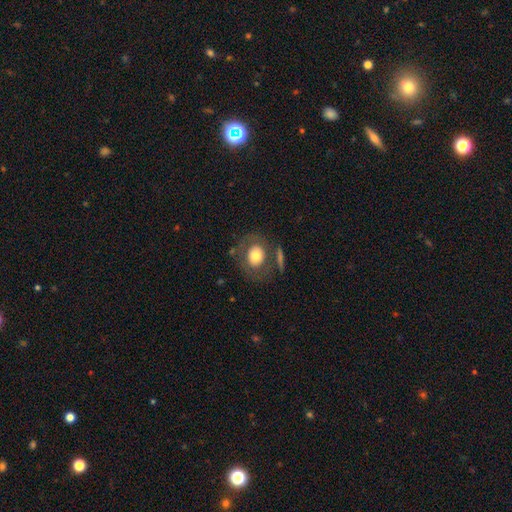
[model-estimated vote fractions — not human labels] This appears to be a smooth galaxy with no disk features (64%) that is round (60%). Merging: none (65%).